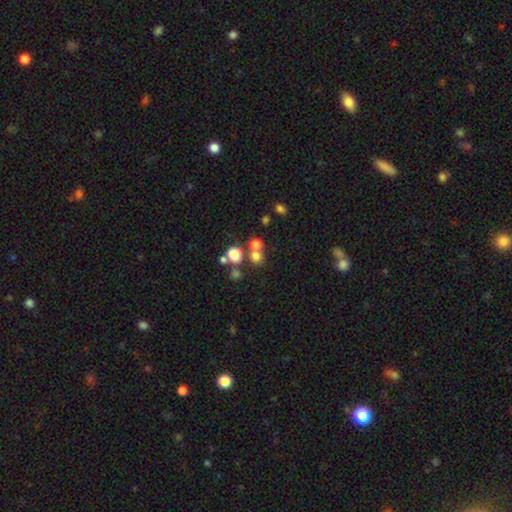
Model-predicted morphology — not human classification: smooth 70%, star or artifact 20%, featured or disk 10%. Down the decision tree: how rounded — round (86%); merging — none (57%).